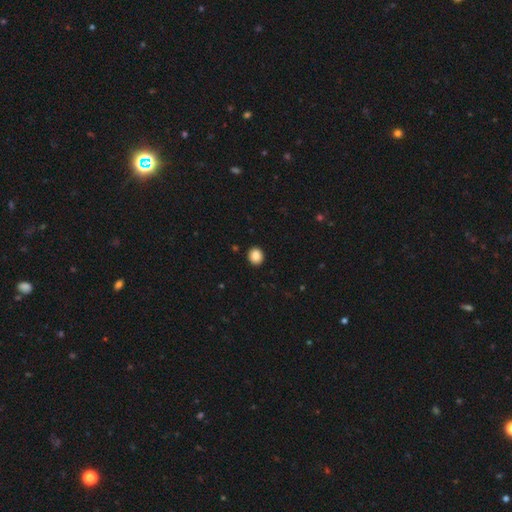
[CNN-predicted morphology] This appears to be a smooth galaxy with no disk features (88%) that is round (75%). Merging: none (92%).